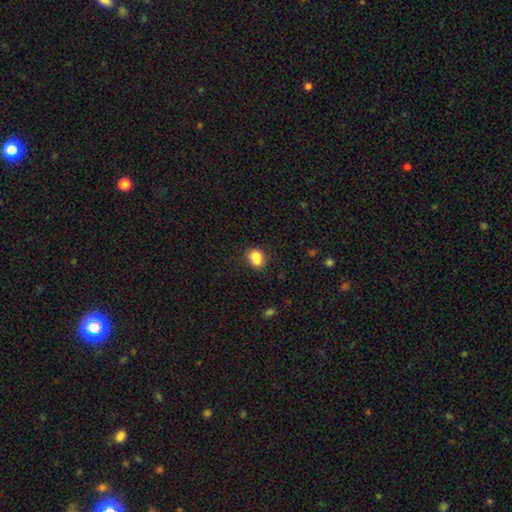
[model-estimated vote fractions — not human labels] Q: Smooth or featured?
A: smooth (75%); runner-up: featured or disk (15%)
Q: How rounded?
A: round (53%); runner-up: in between (46%)
Q: Merging?
A: merger (48%); runner-up: none (35%)